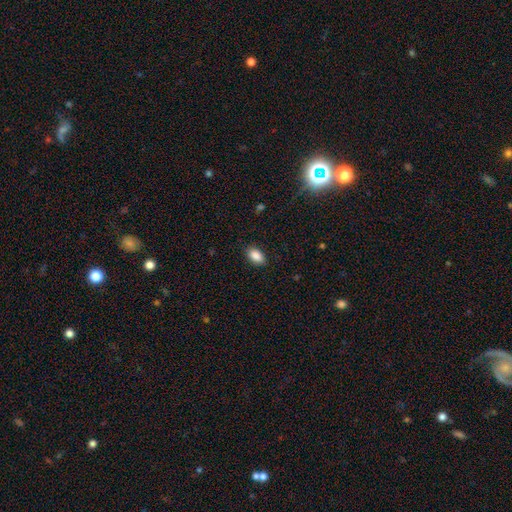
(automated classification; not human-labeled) Smooth or featured? Predicted: smooth (p=0.88). How rounded? Predicted: in between (p=0.91). Merging? Predicted: none (p=0.88).